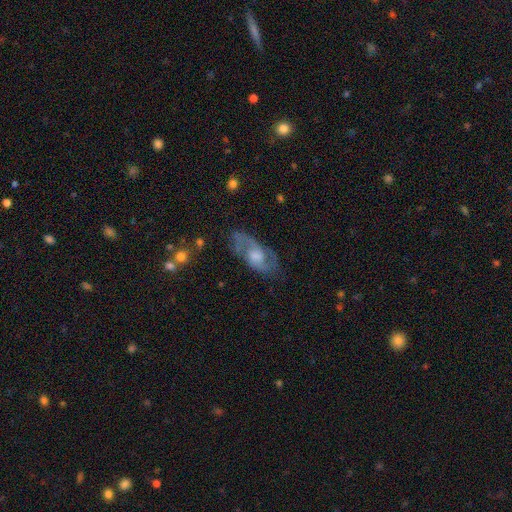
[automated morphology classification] This appears to be a featured or disk galaxy (76%) with no bar (61%), 2 (78%) medium (50%) spiral arms (88%) and a moderate central bulge (43%). Merging: none (72%).